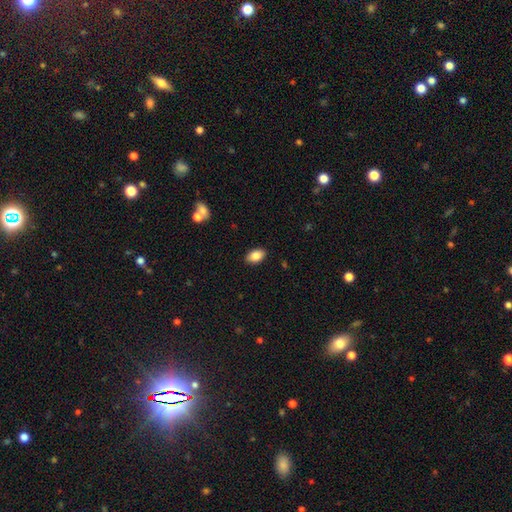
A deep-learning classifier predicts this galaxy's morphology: type=smooth (85%); roundness=in between (91%); merging=none (89%).